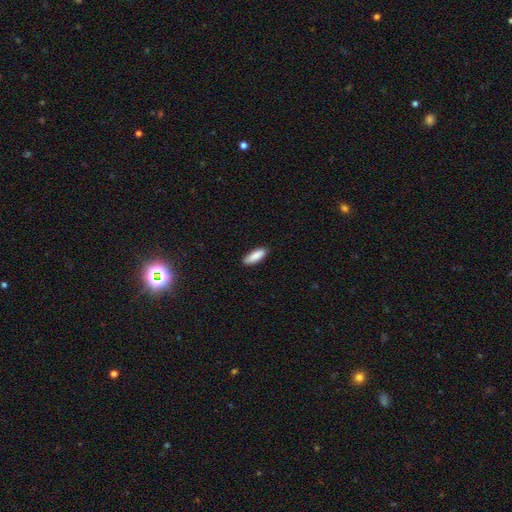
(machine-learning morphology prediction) Smooth or featured: smooth — 89% (star or artifact — 6%)
How rounded: in between — 63% (cigar-shaped — 36%)
Merging: none — 85% (minor disturbance — 12%)